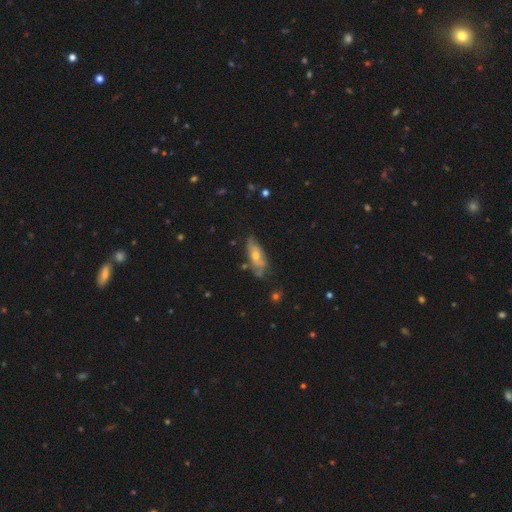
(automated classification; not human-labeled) This is possibly a featured or disk galaxy (51%). It is likely not viewed edge-on (69%). Merging: likely none (60%).